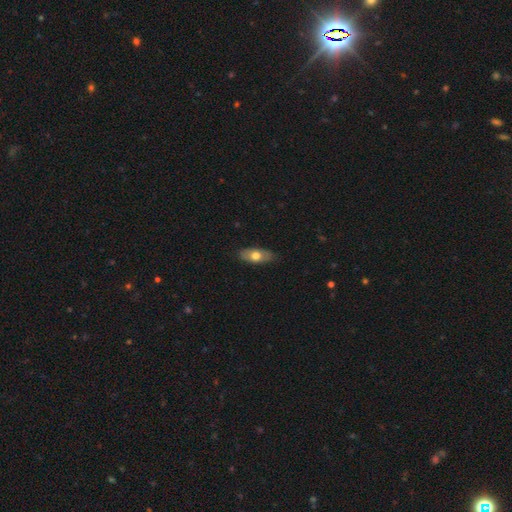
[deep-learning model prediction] Overall: smooth (65%; featured or disk 29%). How rounded: in between (87%). Merging: none (84%).